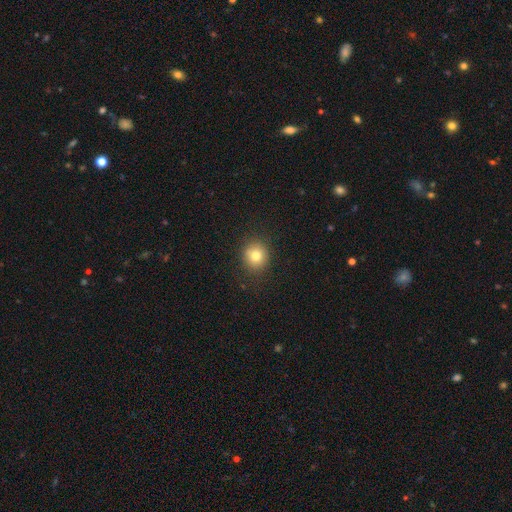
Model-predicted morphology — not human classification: This is likely a smooth galaxy (78%). How rounded: clearly round (86%). Merging: clearly none (88%).